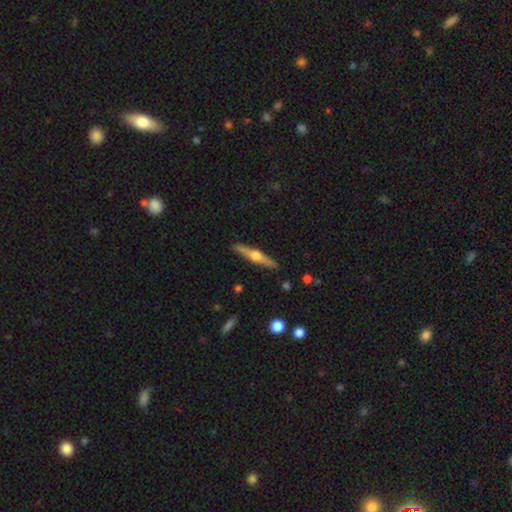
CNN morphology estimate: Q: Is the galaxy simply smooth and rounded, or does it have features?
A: featured or disk — 73%.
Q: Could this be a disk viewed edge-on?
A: yes — 98%.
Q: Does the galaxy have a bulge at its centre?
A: rounded — 94%.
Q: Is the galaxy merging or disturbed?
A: none — 90%.